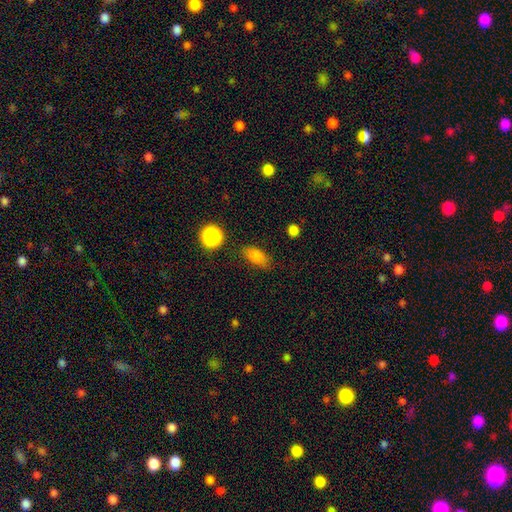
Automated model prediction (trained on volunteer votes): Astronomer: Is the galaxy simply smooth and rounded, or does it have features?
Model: smooth — 82%.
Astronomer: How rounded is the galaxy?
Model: in between — 83%.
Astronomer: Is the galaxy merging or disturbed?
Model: none — 77%.